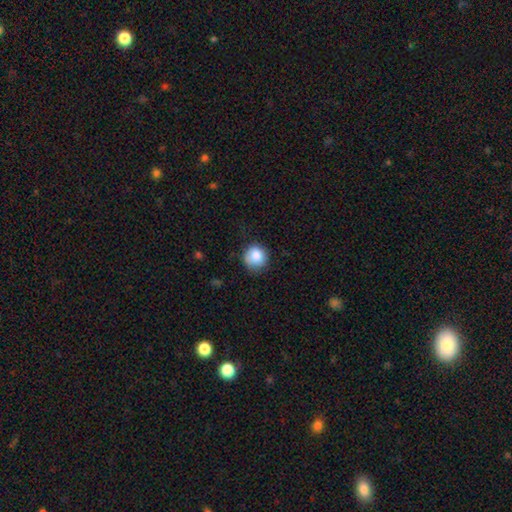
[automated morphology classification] smooth-or-featured: smooth: 85% | star or artifact: 8% | featured or disk: 6%
  how-rounded: round: 89% | in between: 10% | cigar-shaped: 1%
  merging: none: 72% | minor disturbance: 21% | major disturbance: 5% | merger: 1%